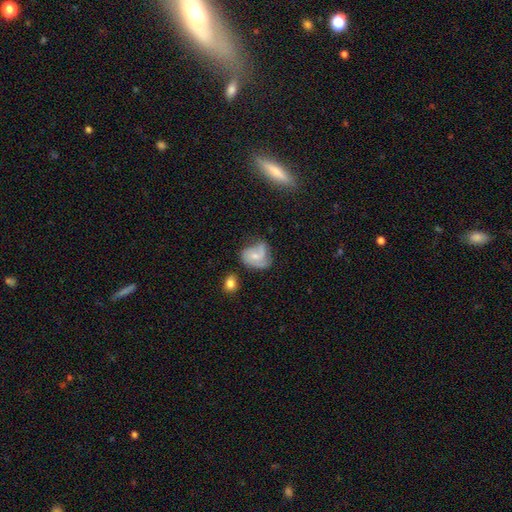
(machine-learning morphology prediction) smooth_or_featured: featured or disk (p=0.57) [alt: smooth p=0.34]
disk_edge_on: no (p=0.98) [alt: yes p=0.02]
bar: no (p=0.71) [alt: weak p=0.25]
has_spiral_arms: yes (p=0.80) [alt: no p=0.20]
bulge_size: small (p=0.52) [alt: moderate p=0.37]
merging: none (p=0.39) [alt: minor disturbance p=0.30]